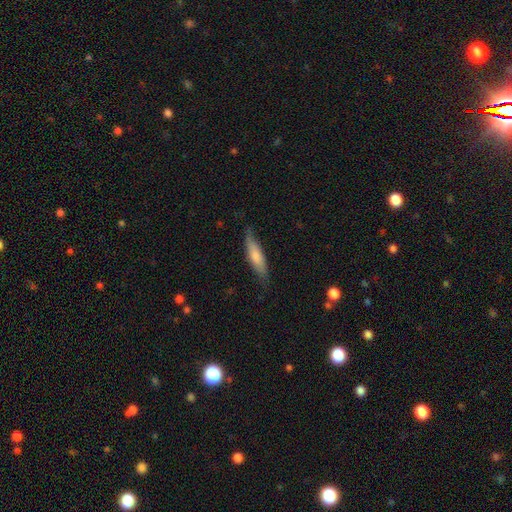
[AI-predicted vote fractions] smooth_or_featured: smooth (p=0.69) [alt: featured or disk p=0.26]
how_rounded: cigar-shaped (p=0.68) [alt: in between p=0.31]
merging: none (p=0.69) [alt: minor disturbance p=0.25]